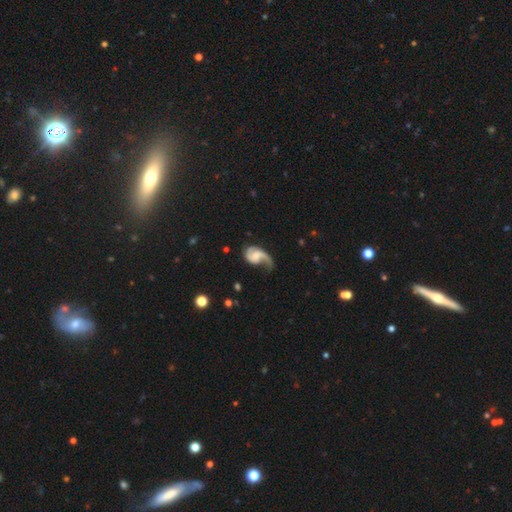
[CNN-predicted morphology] This appears to be a featured or disk galaxy (78%) with no bar (56%), 2 (55%) loose (57%) spiral arms (94%) and a small central bulge (41%). Merging: none (36%).